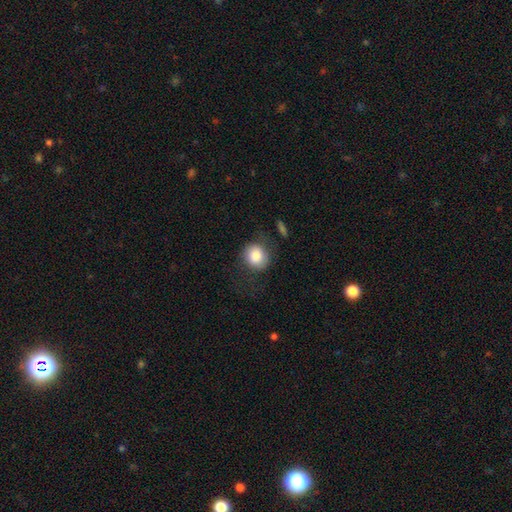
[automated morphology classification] Smooth or featured? Predicted: smooth (p=0.81). How rounded? Predicted: round (p=0.82). Merging? Predicted: none (p=0.71).